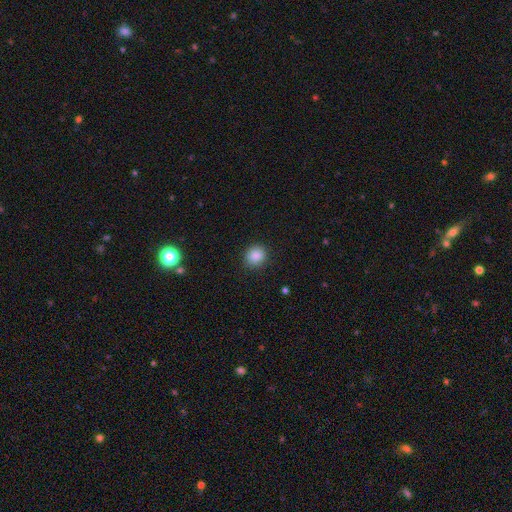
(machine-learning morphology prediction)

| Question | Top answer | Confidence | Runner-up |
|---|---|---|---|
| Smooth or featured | smooth | 87% | star or artifact (10%) |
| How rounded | round | 76% | in between (23%) |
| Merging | none | 86% | minor disturbance (10%) |